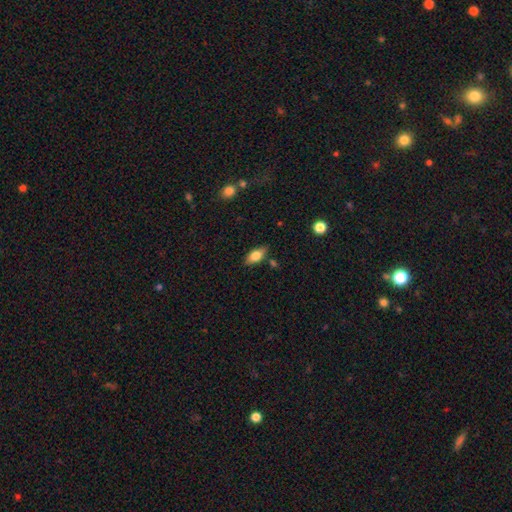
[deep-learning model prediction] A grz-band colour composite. It shows a smooth galaxy with no disk features (71%) that is in between round and cigar-shaped (85%). Merging: none (80%).